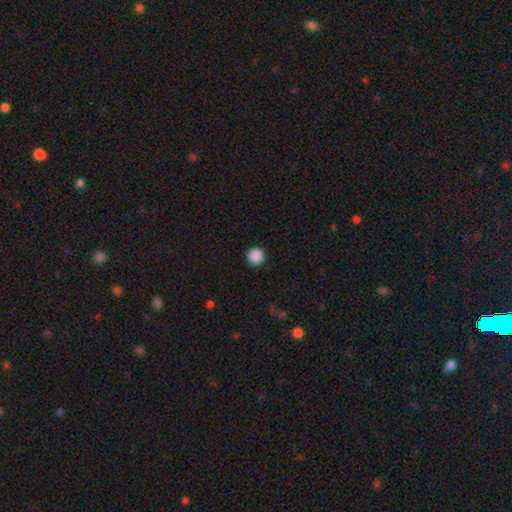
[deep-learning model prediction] A smooth galaxy with no disk features (89%) that is round (95%).

Vote fractions:
- Smooth or featured? smooth: 89% / star or artifact: 9% / featured or disk: 2%
- How rounded? round: 95% / in between: 4% / cigar-shaped: 1%
- Merging? none: 93% / minor disturbance: 5% / major disturbance: 2% / merger: 1%